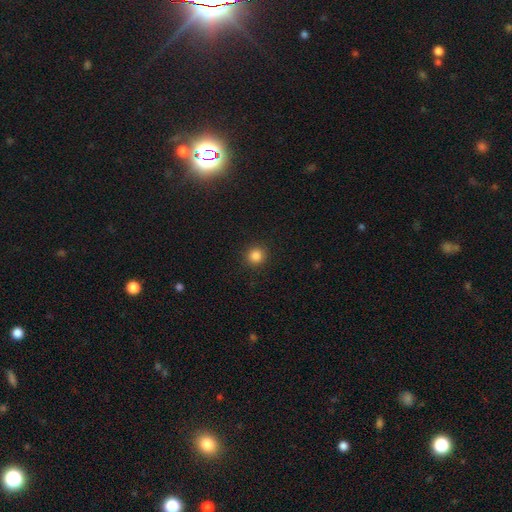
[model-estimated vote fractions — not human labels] smooth 85%, star or artifact 11%, featured or disk 3%. Down the decision tree: how rounded — round (92%); merging — none (92%).